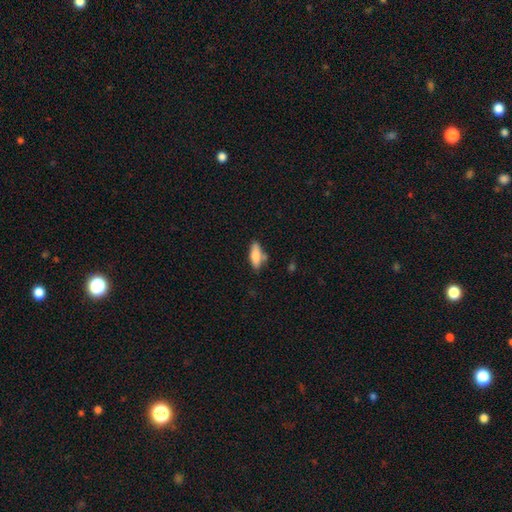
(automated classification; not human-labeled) This appears to be a smooth galaxy with no disk features (75%) that is in between round and cigar-shaped (64%). Merging: none (65%).